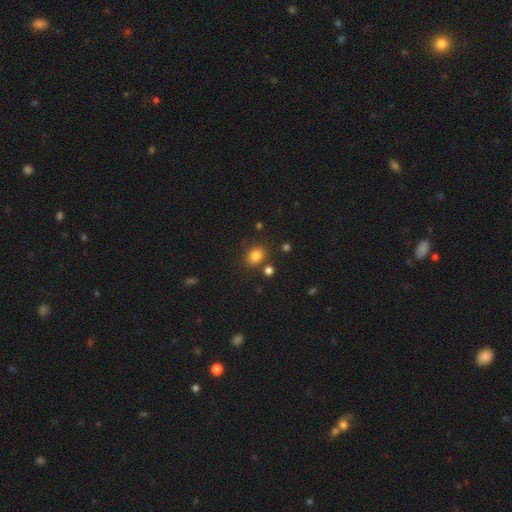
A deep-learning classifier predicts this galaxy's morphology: Overall: smooth (82%). How rounded: round (63%; in between 36%). Merging: none (80%).